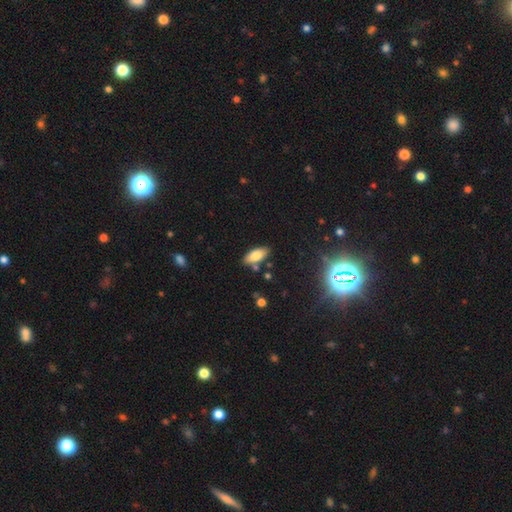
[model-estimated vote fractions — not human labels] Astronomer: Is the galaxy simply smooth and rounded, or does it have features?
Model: smooth — 80%.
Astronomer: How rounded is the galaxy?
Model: in between — 85%.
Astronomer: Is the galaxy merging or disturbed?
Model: none — 79%.